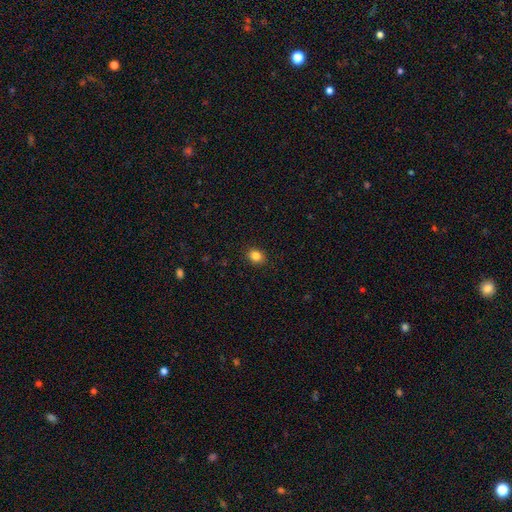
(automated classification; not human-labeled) Smooth or featured? smooth (84%)
How rounded? round (57%)
Merging? none (90%)